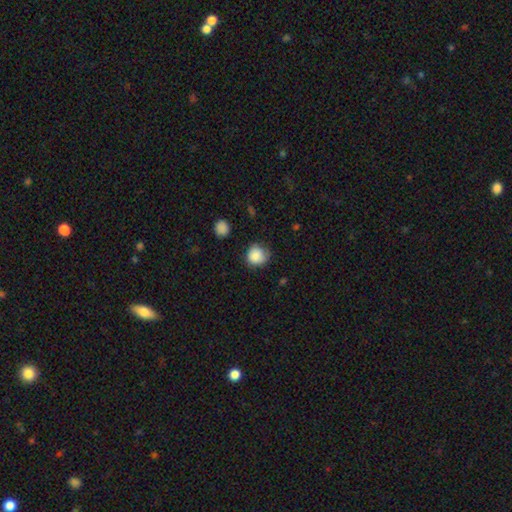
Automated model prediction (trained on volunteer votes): A smooth galaxy with no disk features (86%) that is round (85%).

Vote fractions:
- Smooth or featured? smooth: 86% / star or artifact: 8% / featured or disk: 6%
- How rounded? round: 85% / in between: 14% / cigar-shaped: 1%
- Merging? none: 64% / minor disturbance: 28% / major disturbance: 7% / merger: 2%